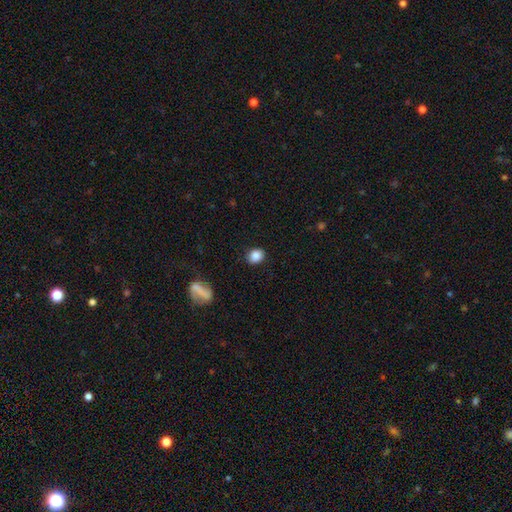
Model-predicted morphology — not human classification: A smooth galaxy with no disk features (86%) that is round (60%). Merging: none (87%).